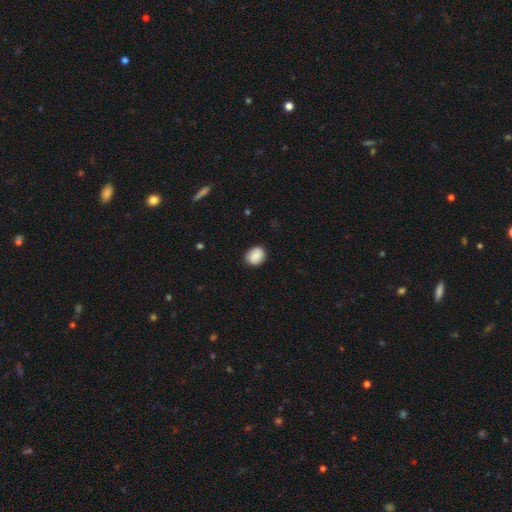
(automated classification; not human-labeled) Morphology: type=smooth (87%); roundness=round (61%); merging=none (86%).